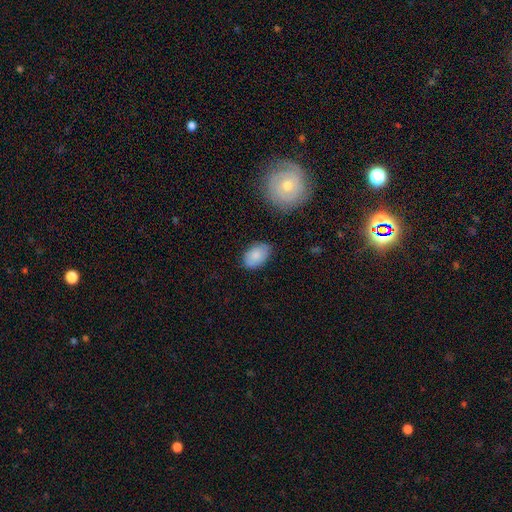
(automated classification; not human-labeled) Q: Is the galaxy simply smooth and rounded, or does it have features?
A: smooth — 83%.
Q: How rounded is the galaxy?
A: in between — 89%.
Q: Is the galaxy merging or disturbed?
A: none — 79%.